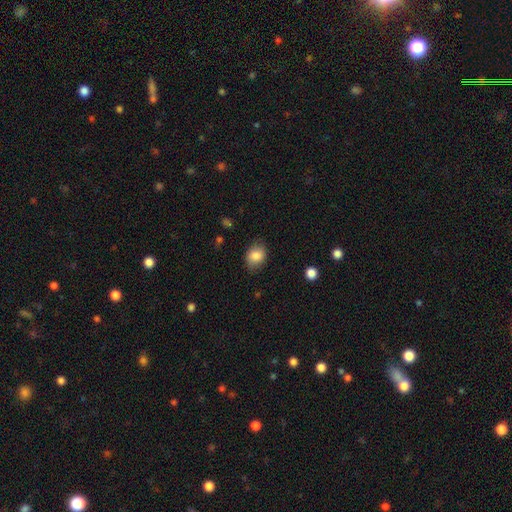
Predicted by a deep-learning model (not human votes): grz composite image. It shows a smooth galaxy with no disk features (84%) that is in between round and cigar-shaped (61%). Merging: none (78%).